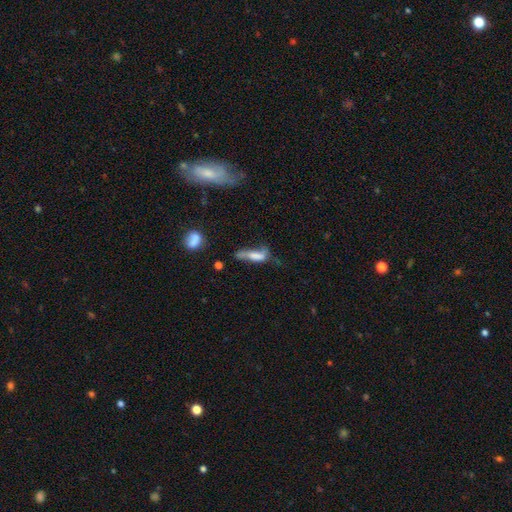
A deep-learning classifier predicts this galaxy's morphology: Smooth or featured?
  - smooth: 61% *
  - featured or disk: 29%
  - star or artifact: 11%
How rounded?
  - cigar-shaped: 52% *
  - in between: 45%
  - round: 3%
Merging?
  - major disturbance: 31% *
  - none: 27%
  - minor disturbance: 27%
  - merger: 15%